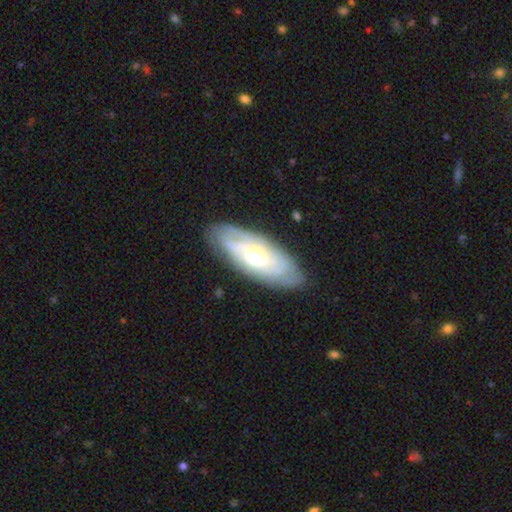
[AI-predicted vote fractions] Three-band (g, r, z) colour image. It shows a featured or disk galaxy (65%) with no bar (75%), spiral arms (69%) and a moderate central bulge (71%). Merging: none (81%).